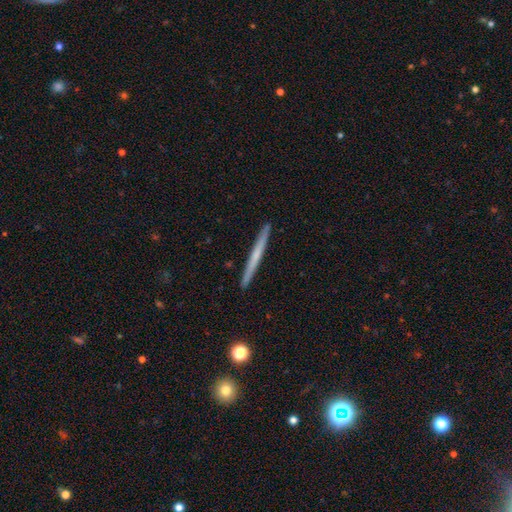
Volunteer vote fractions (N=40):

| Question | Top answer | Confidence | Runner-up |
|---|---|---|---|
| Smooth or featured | featured or disk | 52% | smooth (40%) |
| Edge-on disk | yes | 90% | no (10%) |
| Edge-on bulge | none | 84% | rounded (11%) |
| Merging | none | 86% | minor disturbance (14%) |